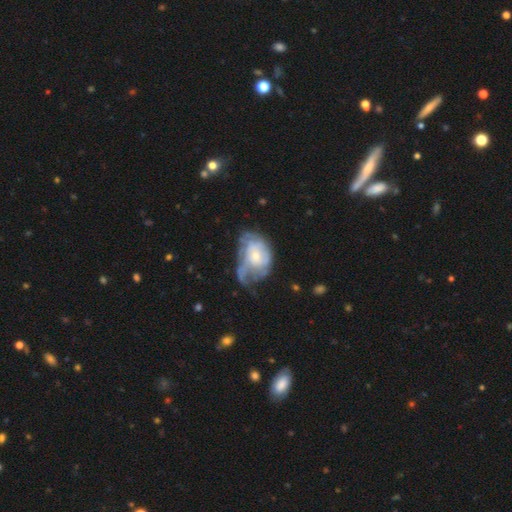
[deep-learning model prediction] Morphology: type=featured or disk (66%); edge-on=no (97%); bar=no (80%); spiral arms=yes (65%); bulge=small (60%); merging=major disturbance (37%).